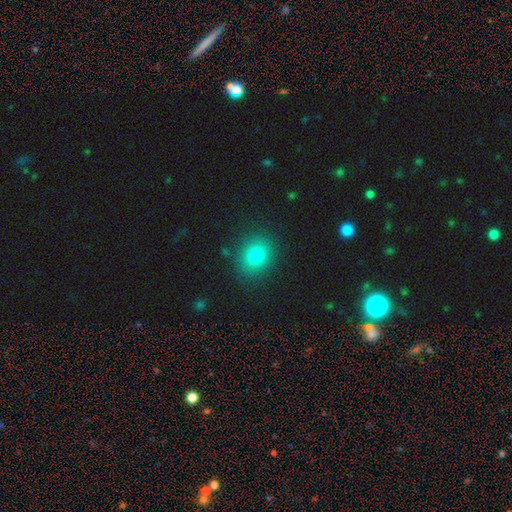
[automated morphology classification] Smooth or featured: smooth — 80% (star or artifact — 12%)
How rounded: round — 61% (in between — 38%)
Merging: none — 87% (minor disturbance — 9%)